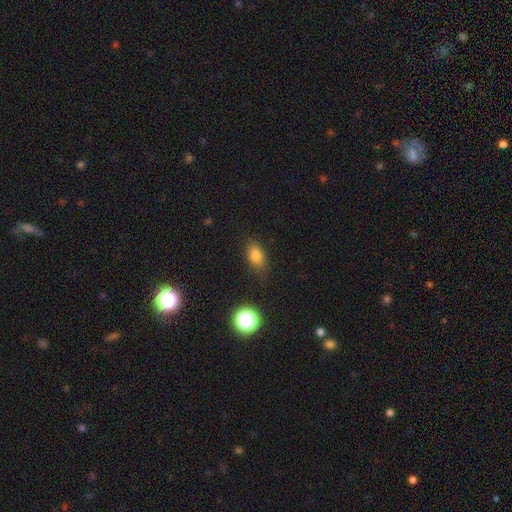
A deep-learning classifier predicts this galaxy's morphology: smooth-or-featured: smooth: 79% | star or artifact: 13% | featured or disk: 8%
  how-rounded: in between: 81% | round: 16% | cigar-shaped: 3%
  merging: none: 80% | minor disturbance: 15% | major disturbance: 4% | merger: 2%